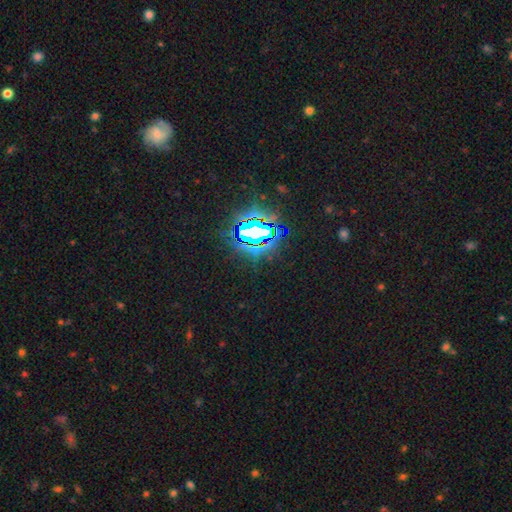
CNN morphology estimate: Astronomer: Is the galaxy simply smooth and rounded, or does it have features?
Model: star or artifact — 83%.